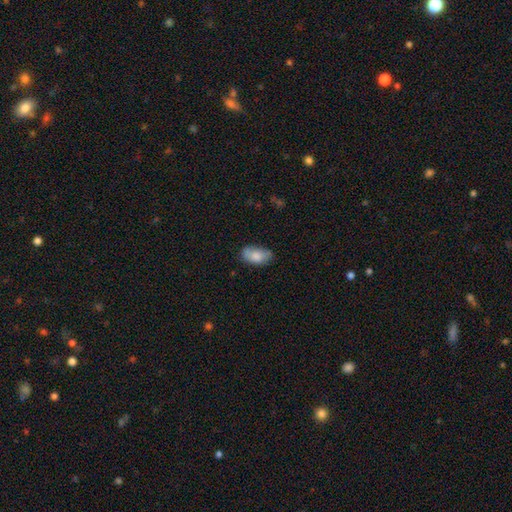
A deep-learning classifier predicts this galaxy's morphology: Q: Smooth or featured?
A: smooth (76%); runner-up: featured or disk (17%)
Q: How rounded?
A: in between (92%); runner-up: round (5%)
Q: Merging?
A: none (63%); runner-up: minor disturbance (27%)